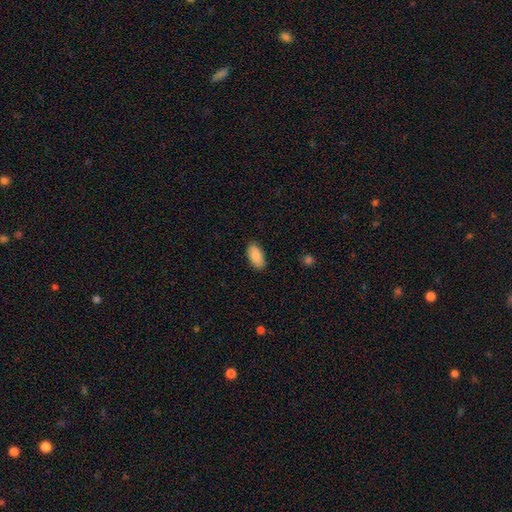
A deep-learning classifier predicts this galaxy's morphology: This appears to be a smooth galaxy with no disk features (89%) that is in between round and cigar-shaped (93%). Merging: none (87%).